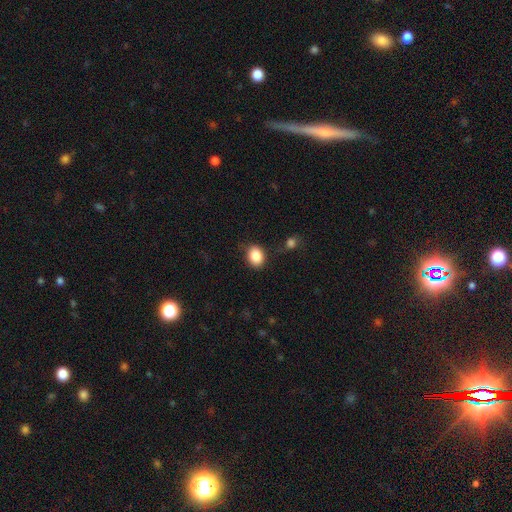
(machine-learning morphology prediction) This is clearly a smooth galaxy (86%). How rounded: possibly in between (57%). Merging: likely none (79%).